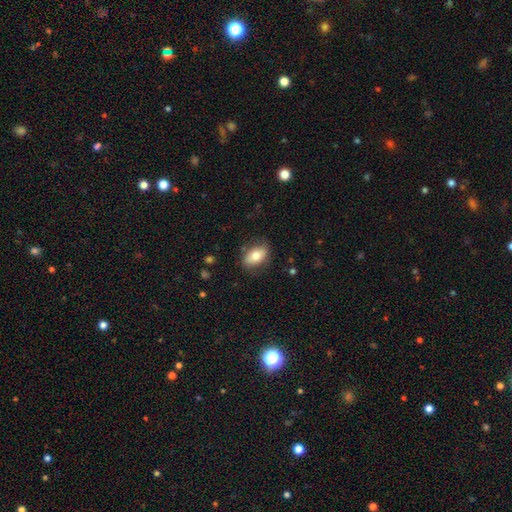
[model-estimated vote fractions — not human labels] Morphology: type=smooth (75%); roundness=in between (89%); merging=none (79%).